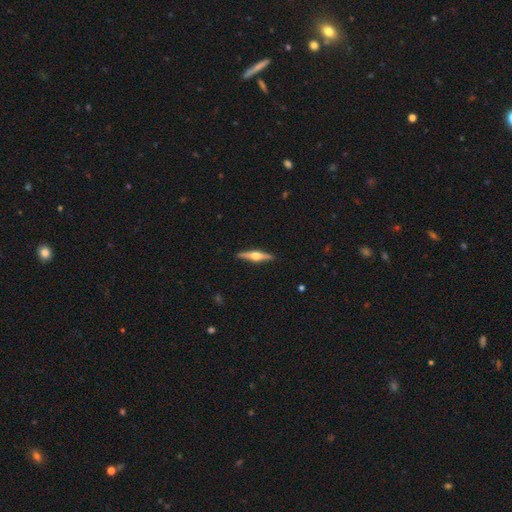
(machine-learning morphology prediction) Smooth or featured? Predicted: featured or disk (p=0.74). Edge-on disk? Predicted: yes (p=0.98). Edge-on bulge? Predicted: rounded (p=0.95). Merging? Predicted: none (p=0.91).